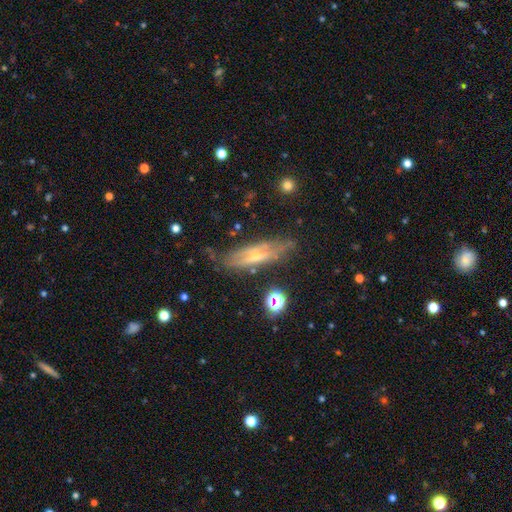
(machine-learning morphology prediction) smooth_or_featured: featured or disk (p=0.67) [alt: smooth p=0.24]
disk_edge_on: yes (p=0.69) [alt: no p=0.31]
merging: none (p=0.69) [alt: minor disturbance p=0.21]